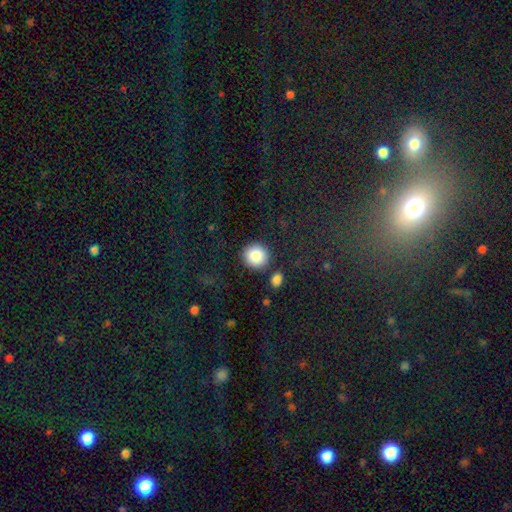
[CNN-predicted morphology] smooth_or_featured: smooth (p=0.86) [alt: star or artifact p=0.08]
how_rounded: round (p=0.93) [alt: in between p=0.06]
merging: none (p=0.86) [alt: minor disturbance p=0.07]